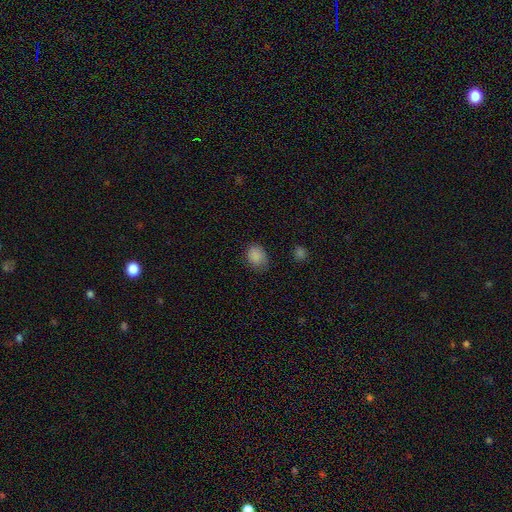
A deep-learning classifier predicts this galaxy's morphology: Smooth or featured?
  - smooth: 86% *
  - star or artifact: 10%
  - featured or disk: 4%
How rounded?
  - in between: 59% *
  - round: 40%
  - cigar-shaped: 1%
Merging?
  - none: 69% *
  - minor disturbance: 24%
  - major disturbance: 5%
  - merger: 1%